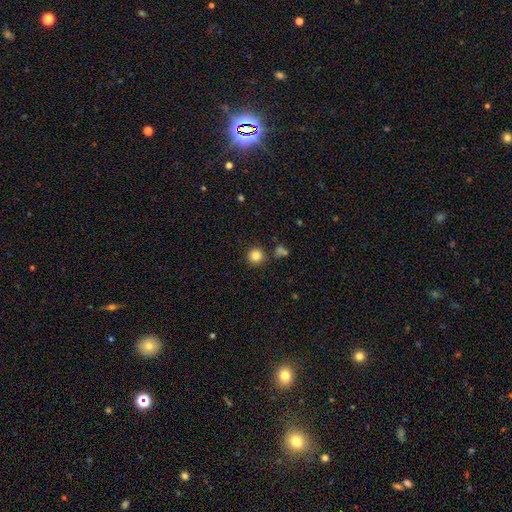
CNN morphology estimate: type=smooth (84%); roundness=round (95%); merging=none (86%).